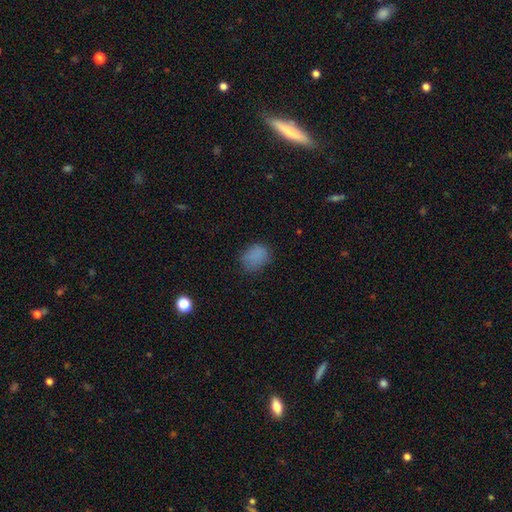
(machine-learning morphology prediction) Smooth or featured? smooth (81%)
How rounded? in between (64%)
Merging? none (70%)